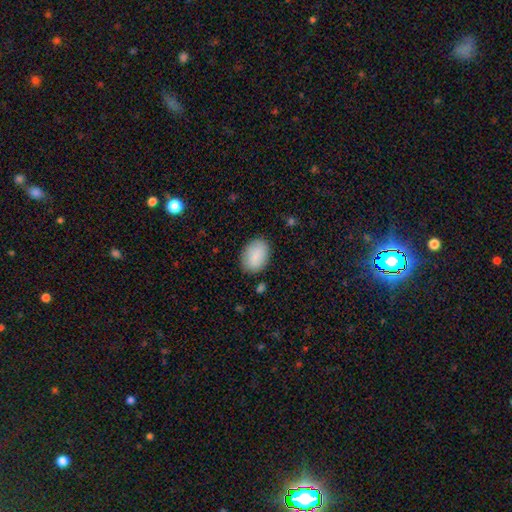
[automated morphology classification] The model was most divided on "how rounded": in between: 83%, round: 16%, cigar-shaped: 1%. More confident: smooth or featured — smooth (87%); merging — none (84%).